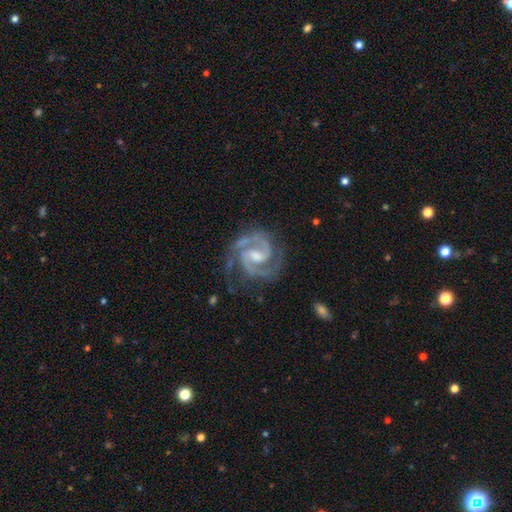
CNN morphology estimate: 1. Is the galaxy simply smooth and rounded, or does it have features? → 93% featured or disk, 4% star or artifact, 3% smooth.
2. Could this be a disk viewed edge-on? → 98% no, 2% yes.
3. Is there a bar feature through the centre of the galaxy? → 55% weak, 24% no, 22% strong.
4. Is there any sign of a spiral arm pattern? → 99% yes, 1% no.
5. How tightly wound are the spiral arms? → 52% medium, 43% tight, 5% loose.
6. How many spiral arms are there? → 85% 2, 8% 3, 2% can't tell, 1% 1, 1% 4, 1% more than 4.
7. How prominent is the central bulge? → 48% moderate, 35% small, 11% none, 5% large, 1% dominant.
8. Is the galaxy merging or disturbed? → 74% none, 17% minor disturbance, 7% major disturbance, 2% merger.